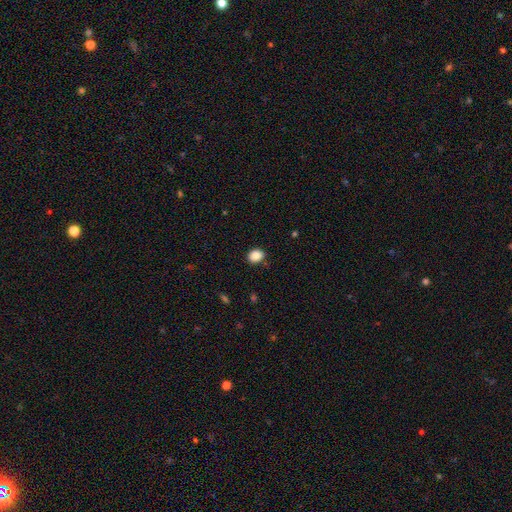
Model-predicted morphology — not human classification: Smooth or featured? Predicted: smooth (p=0.87). How rounded? Predicted: in between (p=0.55). Merging? Predicted: none (p=0.86).